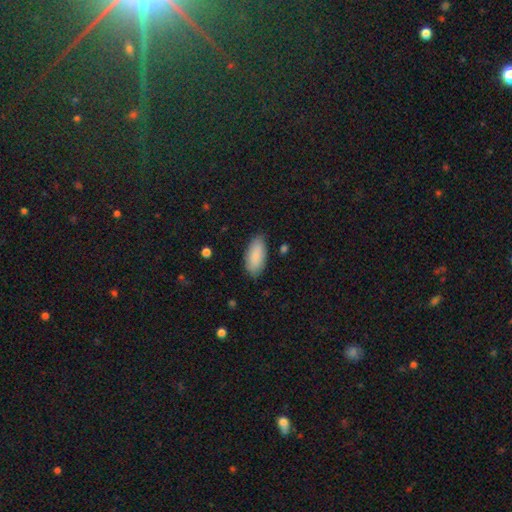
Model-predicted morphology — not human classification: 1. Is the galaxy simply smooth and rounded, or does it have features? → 89% smooth, 6% star or artifact, 6% featured or disk.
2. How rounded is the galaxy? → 89% in between, 9% cigar-shaped, 2% round.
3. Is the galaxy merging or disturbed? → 82% none, 14% minor disturbance, 3% major disturbance, 1% merger.